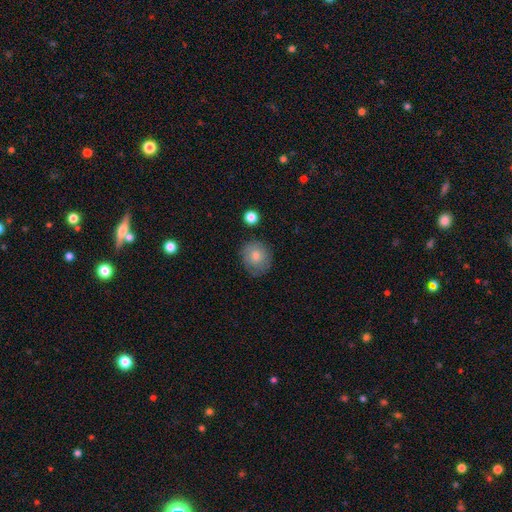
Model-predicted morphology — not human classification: Smooth or featured?
  - smooth: 76% *
  - featured or disk: 16%
  - star or artifact: 8%
How rounded?
  - round: 82% *
  - in between: 17%
  - cigar-shaped: 1%
Merging?
  - none: 76% *
  - minor disturbance: 18%
  - major disturbance: 5%
  - merger: 2%